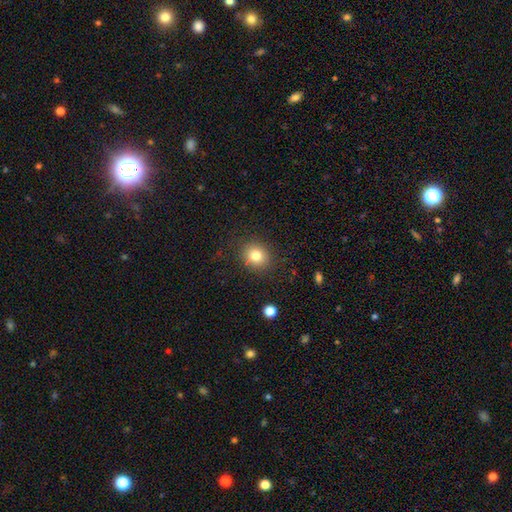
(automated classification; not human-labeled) Morphology: type=smooth (81%); roundness=round (75%); merging=none (85%).